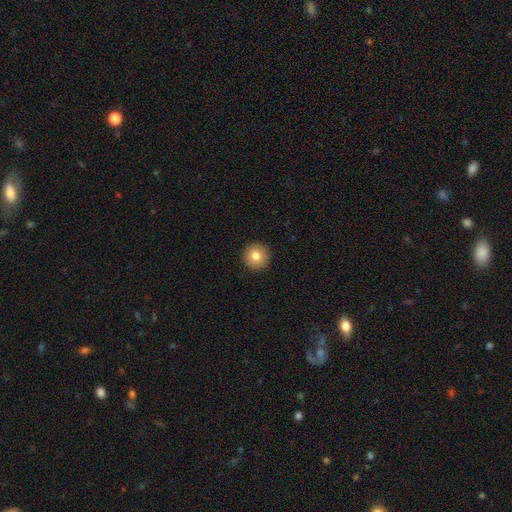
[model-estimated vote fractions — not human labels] A smooth galaxy with no disk features (81%) that is round (96%).

Vote fractions:
- Smooth or featured? smooth: 81% / star or artifact: 10% / featured or disk: 10%
- How rounded? round: 96% / in between: 3% / cigar-shaped: 1%
- Merging? none: 93% / minor disturbance: 5% / major disturbance: 1% / merger: 1%